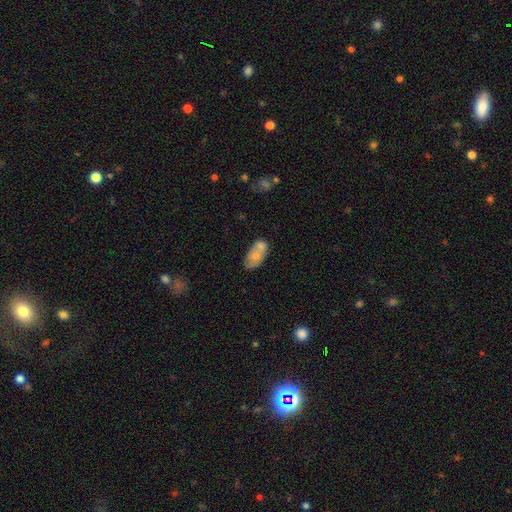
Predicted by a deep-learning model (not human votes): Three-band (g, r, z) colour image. It shows a smooth galaxy with no disk features (63%) that is in between round and cigar-shaped (91%). Merging: merger (38%).